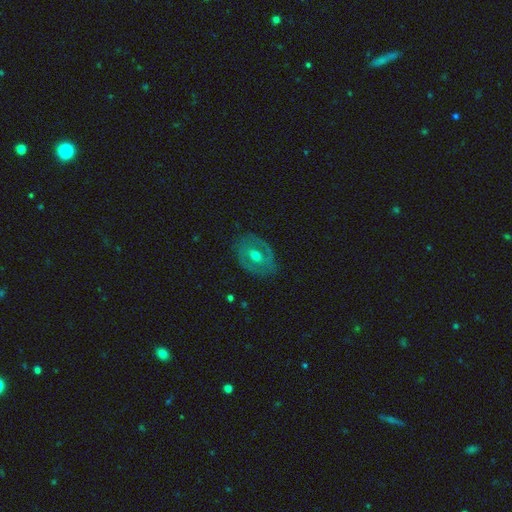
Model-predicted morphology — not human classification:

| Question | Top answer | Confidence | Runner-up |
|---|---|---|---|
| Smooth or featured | featured or disk | 64% | smooth (30%) |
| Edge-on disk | no | 94% | yes (6%) |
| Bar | no | 45% | weak (37%) |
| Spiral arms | no | 59% | yes (41%) |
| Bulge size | moderate | 73% | small (21%) |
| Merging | none | 76% | minor disturbance (17%) |